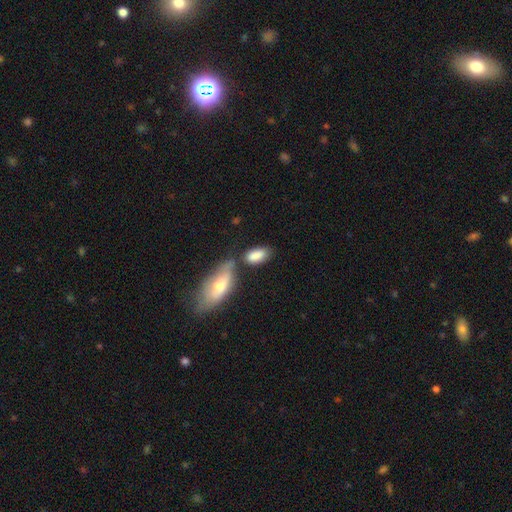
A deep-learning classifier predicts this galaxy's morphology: A smooth galaxy with no disk features (84%) that is in between round and cigar-shaped (90%). Merging: none (52%).